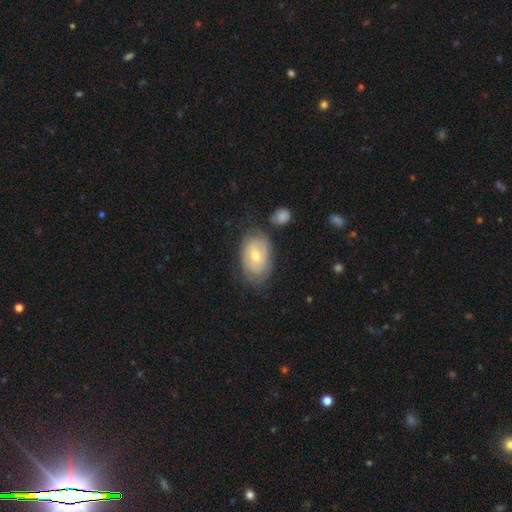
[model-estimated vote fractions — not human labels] Overall: featured or disk (55%; smooth 38%). Edge-on disk: no (93%). Bar: no (72%). Spiral arms: yes (60%; no 40%). Bulge size: moderate (61%; small 35%). Merging: none (66%).